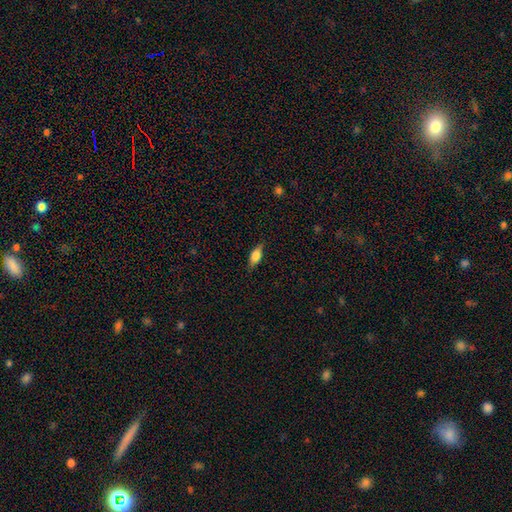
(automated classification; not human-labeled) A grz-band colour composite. It shows a smooth galaxy with no disk features (72%) that is in between round and cigar-shaped (76%). Merging: none (81%).